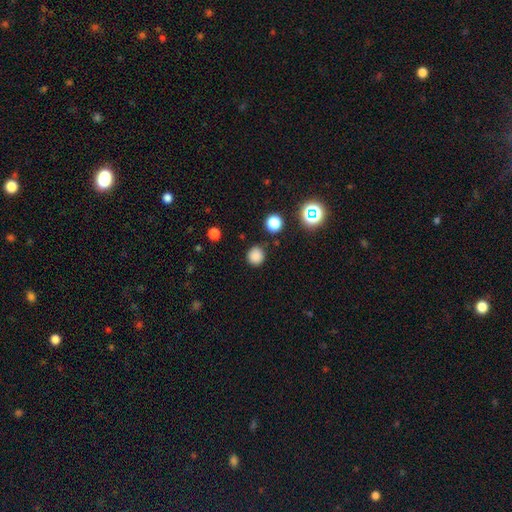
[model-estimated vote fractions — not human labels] smooth-or-featured: smooth: 82% | star or artifact: 14% | featured or disk: 3%
  how-rounded: round: 92% | in between: 7% | cigar-shaped: 1%
  merging: none: 86% | minor disturbance: 9% | major disturbance: 3% | merger: 3%